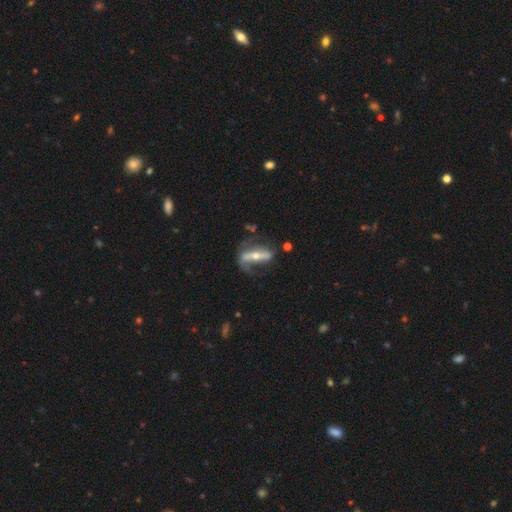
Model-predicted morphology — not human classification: A featured or disk galaxy (74%).

Vote fractions:
- Smooth or featured? featured or disk: 74% / smooth: 20% / star or artifact: 6%
- Edge-on disk? no: 65% / yes: 35%
- Merging? none: 46% / major disturbance: 27% / minor disturbance: 23% / merger: 4%